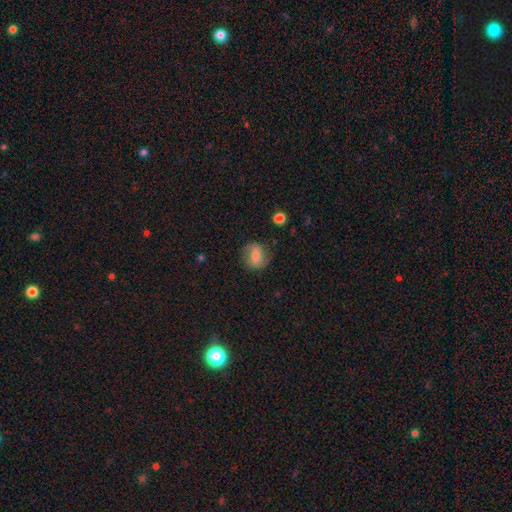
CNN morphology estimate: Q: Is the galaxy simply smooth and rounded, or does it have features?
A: smooth — 52%.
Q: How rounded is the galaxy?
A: round — 64%.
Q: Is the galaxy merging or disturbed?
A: none — 72%.